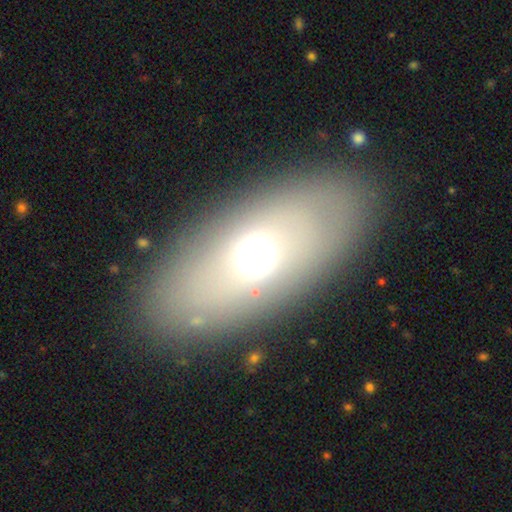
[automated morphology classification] Smooth or featured? Predicted: smooth (p=0.50). How rounded? Predicted: in between (p=0.81). Merging? Predicted: none (p=0.80).